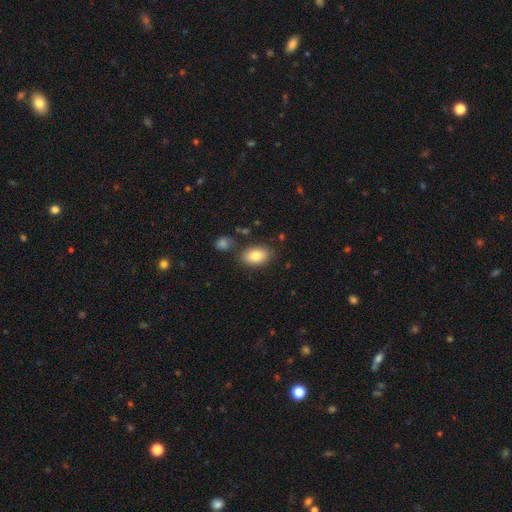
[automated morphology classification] smooth-or-featured: smooth: 81% | featured or disk: 11% | star or artifact: 7%
  how-rounded: in between: 88% | round: 11% | cigar-shaped: 1%
  merging: none: 80% | minor disturbance: 12% | merger: 5% | major disturbance: 3%